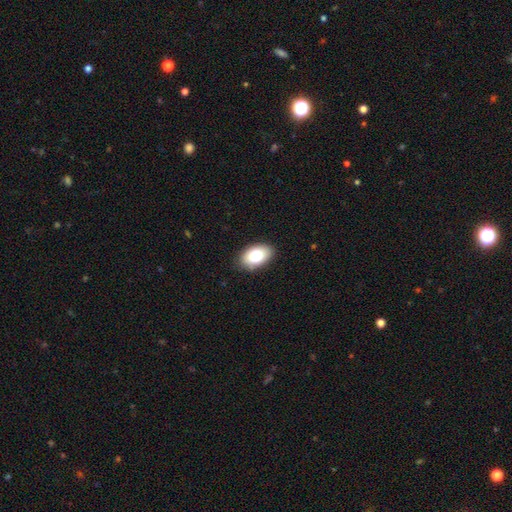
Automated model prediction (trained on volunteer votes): smooth-or-featured: smooth: 81% | featured or disk: 12% | star or artifact: 7%
  how-rounded: in between: 93% | round: 6% | cigar-shaped: 1%
  merging: none: 86% | minor disturbance: 11% | major disturbance: 2% | merger: 1%